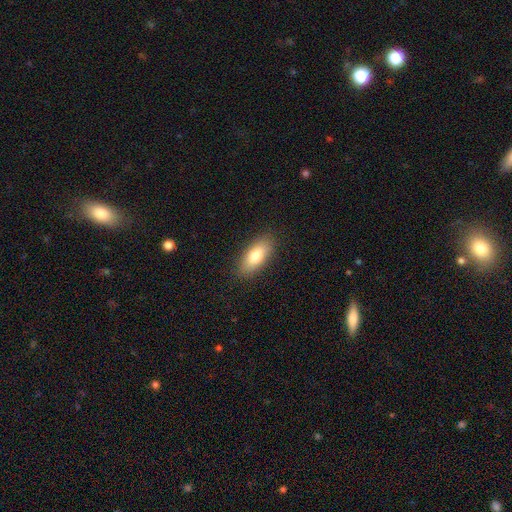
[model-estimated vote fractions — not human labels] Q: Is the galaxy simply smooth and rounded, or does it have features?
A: smooth — 78%.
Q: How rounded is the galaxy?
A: in between — 81%.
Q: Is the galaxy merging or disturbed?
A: none — 87%.